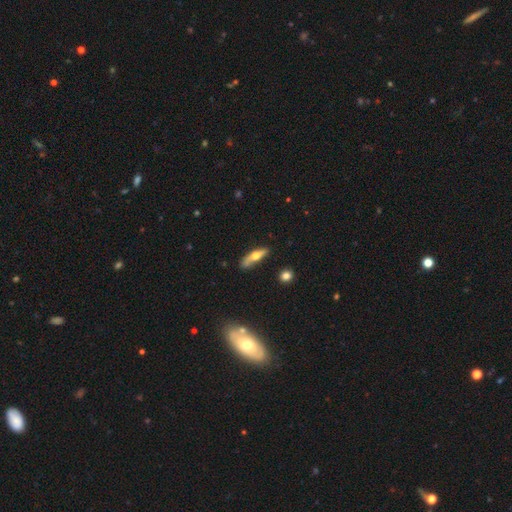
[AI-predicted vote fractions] Smooth or featured: smooth — 48% (featured or disk — 46%)
Merging: none — 68% (minor disturbance — 22%)